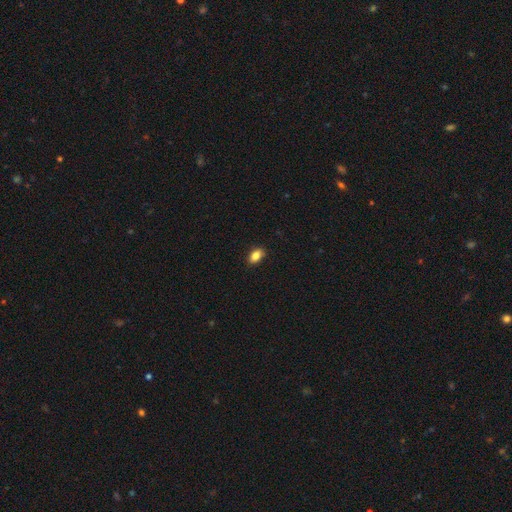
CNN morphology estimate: smooth_or_featured: smooth (p=0.85) [alt: star or artifact p=0.09]
how_rounded: in between (p=0.87) [alt: round p=0.10]
merging: none (p=0.88) [alt: minor disturbance p=0.10]